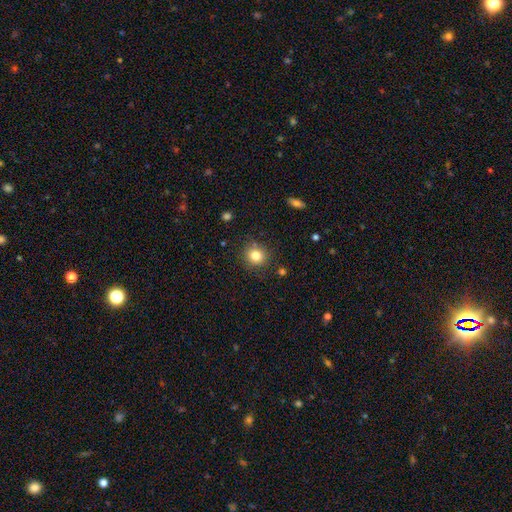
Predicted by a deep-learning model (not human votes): The model was most divided on "smooth or featured": smooth: 82%, star or artifact: 12%, featured or disk: 7%. More confident: how rounded — round (89%); merging — none (84%).